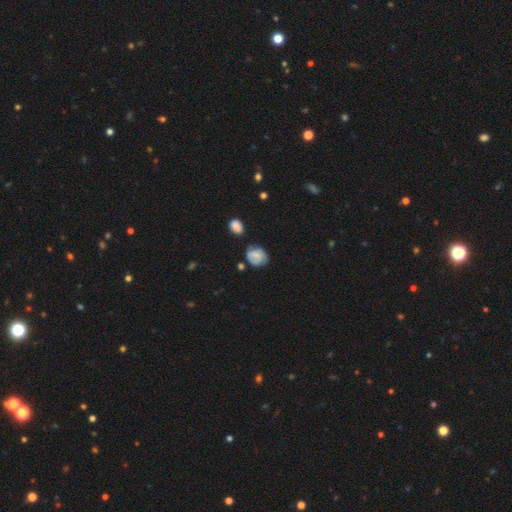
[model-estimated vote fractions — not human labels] Smooth or featured? smooth (60%)
How rounded? round (55%)
Merging? none (53%)